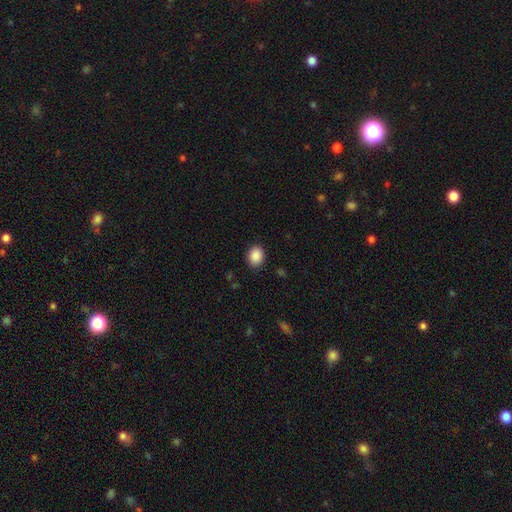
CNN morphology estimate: This is clearly a smooth galaxy (89%). How rounded: possibly in between (51%). Merging: clearly none (88%).